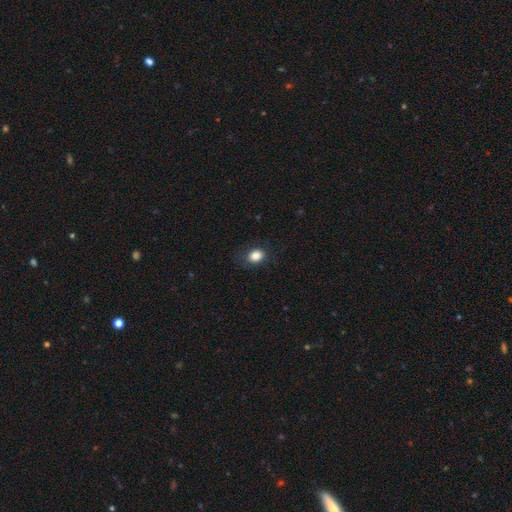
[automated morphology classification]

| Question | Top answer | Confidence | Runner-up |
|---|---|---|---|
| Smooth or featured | smooth | 84% | star or artifact (10%) |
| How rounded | in between | 53% | round (46%) |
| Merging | none | 80% | minor disturbance (14%) |